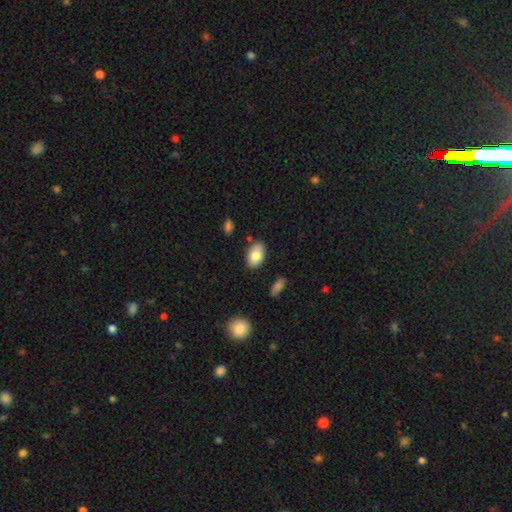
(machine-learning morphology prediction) A smooth galaxy with no disk features (84%) that is in between round and cigar-shaped (92%). Merging: none (83%).